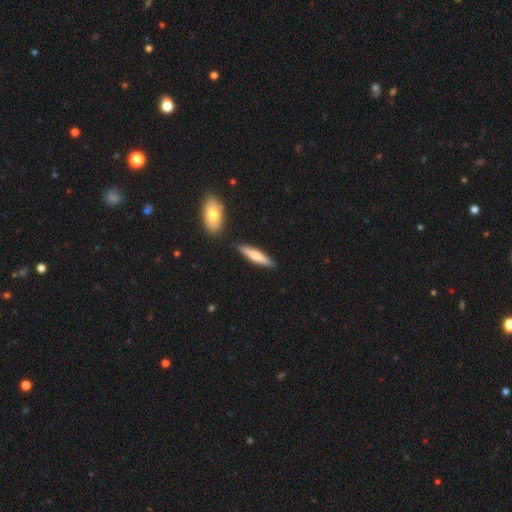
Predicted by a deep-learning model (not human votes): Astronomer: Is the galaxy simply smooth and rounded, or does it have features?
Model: smooth — 64%.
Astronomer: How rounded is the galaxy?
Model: cigar-shaped — 83%.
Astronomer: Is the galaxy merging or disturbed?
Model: none — 85%.